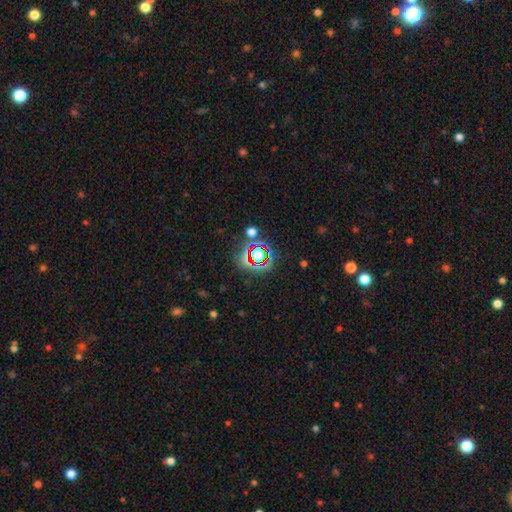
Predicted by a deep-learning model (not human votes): smooth-or-featured: star or artifact: 67% | smooth: 22% | featured or disk: 11%